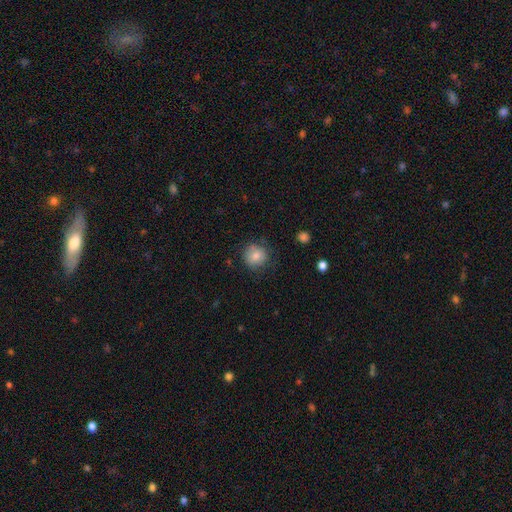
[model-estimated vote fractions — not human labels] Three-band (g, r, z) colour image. It shows a smooth galaxy with no disk features (81%) that is round (88%). Merging: none (76%).